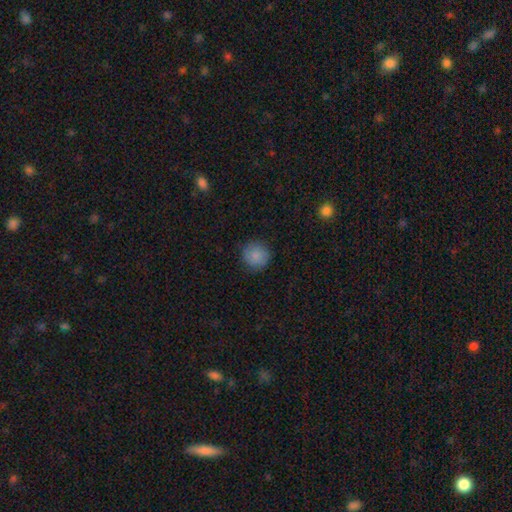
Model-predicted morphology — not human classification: type=smooth (85%); roundness=round (93%); merging=none (86%).